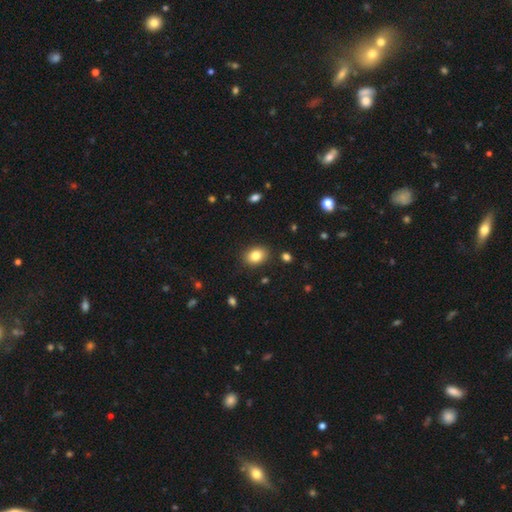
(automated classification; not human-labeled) smooth_or_featured: smooth (p=0.83) [alt: star or artifact p=0.09]
how_rounded: in between (p=0.67) [alt: round p=0.32]
merging: none (p=0.88) [alt: minor disturbance p=0.08]